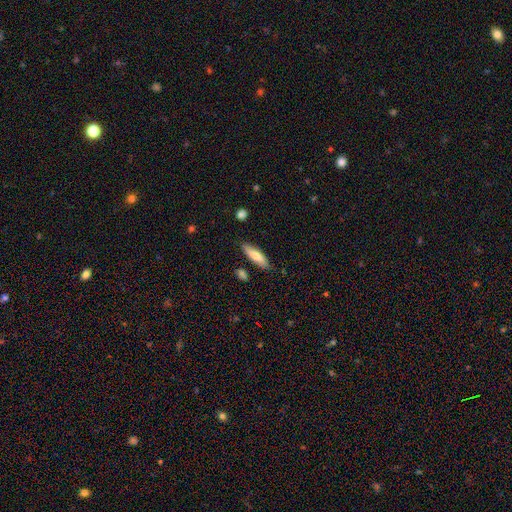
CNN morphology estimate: type=smooth (75%); roundness=cigar-shaped (58%); merging=none (83%).